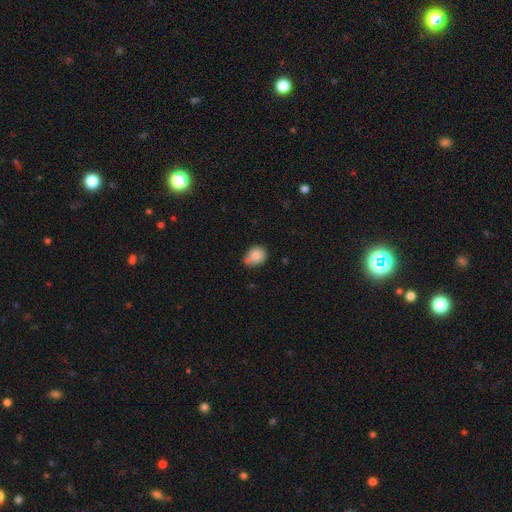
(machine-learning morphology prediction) smooth_or_featured: smooth (p=0.82) [alt: featured or disk p=0.09]
how_rounded: round (p=0.66) [alt: in between p=0.33]
merging: none (p=0.56) [alt: minor disturbance p=0.26]